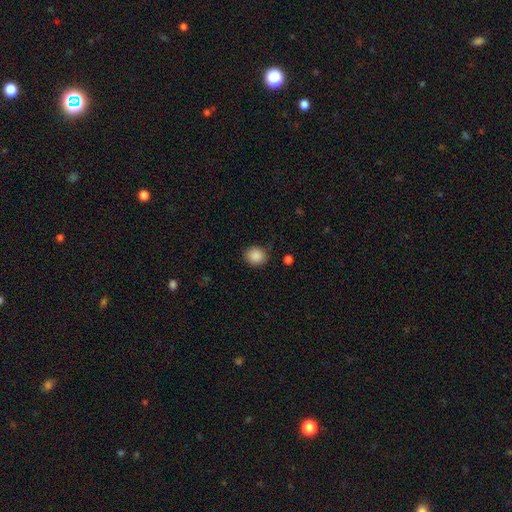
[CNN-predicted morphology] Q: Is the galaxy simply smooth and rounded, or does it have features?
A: smooth — 88%.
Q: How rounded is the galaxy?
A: round — 74%.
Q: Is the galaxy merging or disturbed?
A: none — 84%.